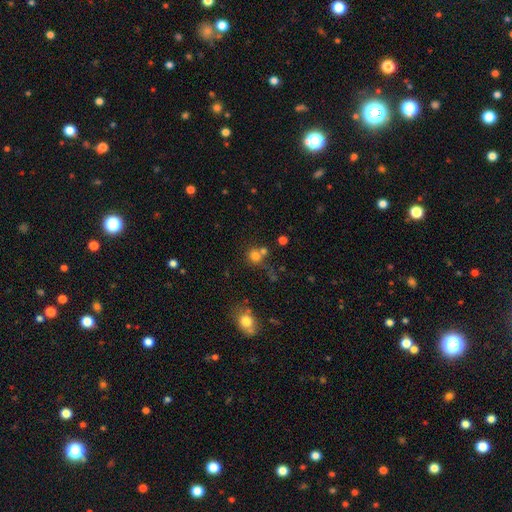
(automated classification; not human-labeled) smooth_or_featured: smooth (p=0.74) [alt: star or artifact p=0.16]
how_rounded: round (p=0.86) [alt: in between p=0.13]
merging: none (p=0.54) [alt: merger p=0.31]